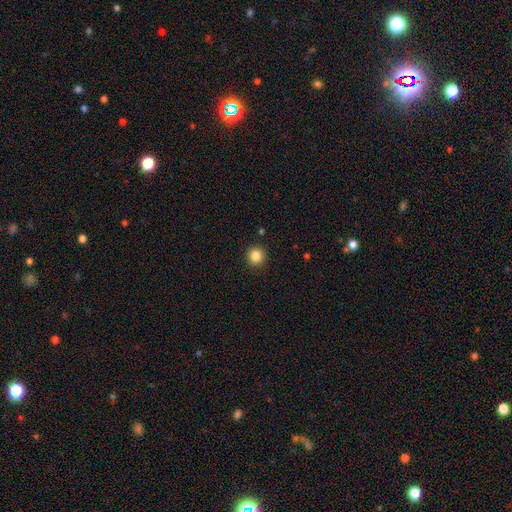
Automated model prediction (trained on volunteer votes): Smooth or featured?
  - smooth: 85% *
  - star or artifact: 11%
  - featured or disk: 4%
How rounded?
  - round: 93% *
  - in between: 7%
  - cigar-shaped: 1%
Merging?
  - none: 91% *
  - minor disturbance: 5%
  - major disturbance: 2%
  - merger: 1%